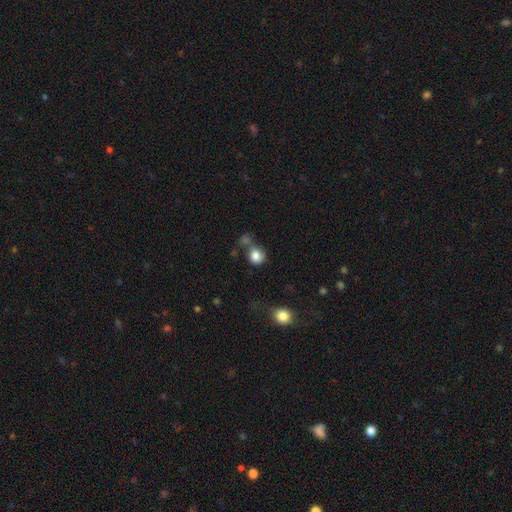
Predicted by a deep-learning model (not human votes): Q: Smooth or featured?
A: smooth (82%); runner-up: star or artifact (10%)
Q: How rounded?
A: round (73%); runner-up: in between (26%)
Q: Merging?
A: none (46%); runner-up: merger (25%)